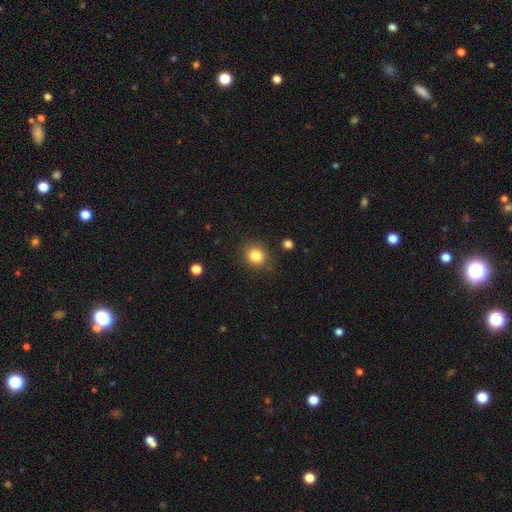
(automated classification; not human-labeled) smooth 83%, star or artifact 11%, featured or disk 6%. Down the decision tree: how rounded — round (78%); merging — none (85%).